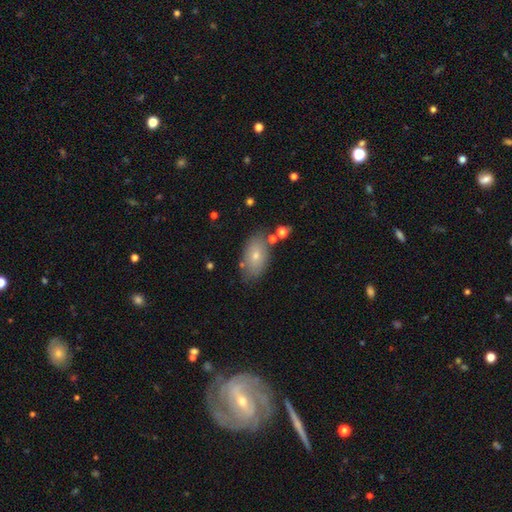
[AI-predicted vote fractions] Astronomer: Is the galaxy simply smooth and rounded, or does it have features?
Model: smooth — 71%.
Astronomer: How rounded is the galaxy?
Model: in between — 92%.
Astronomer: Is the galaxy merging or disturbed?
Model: none — 76%.